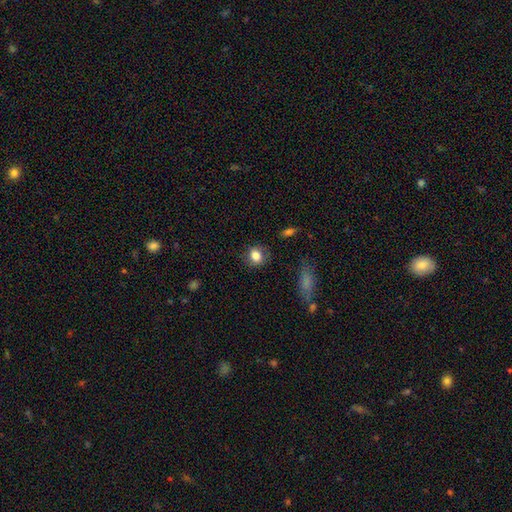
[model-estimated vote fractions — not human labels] This is clearly a smooth galaxy (82%). How rounded: likely round (66%). Merging: likely none (80%).